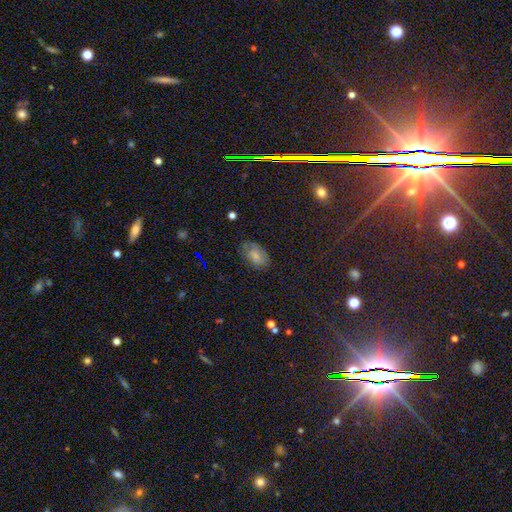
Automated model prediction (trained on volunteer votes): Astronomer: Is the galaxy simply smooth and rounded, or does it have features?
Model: smooth — 68%.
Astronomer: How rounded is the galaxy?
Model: in between — 91%.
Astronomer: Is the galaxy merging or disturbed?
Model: none — 65%.